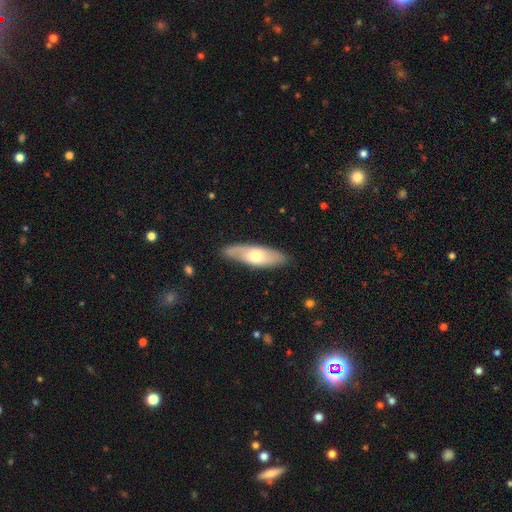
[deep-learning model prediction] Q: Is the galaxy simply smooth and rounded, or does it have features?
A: smooth — 55%.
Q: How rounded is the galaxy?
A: in between — 58%.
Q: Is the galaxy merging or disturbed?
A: none — 84%.